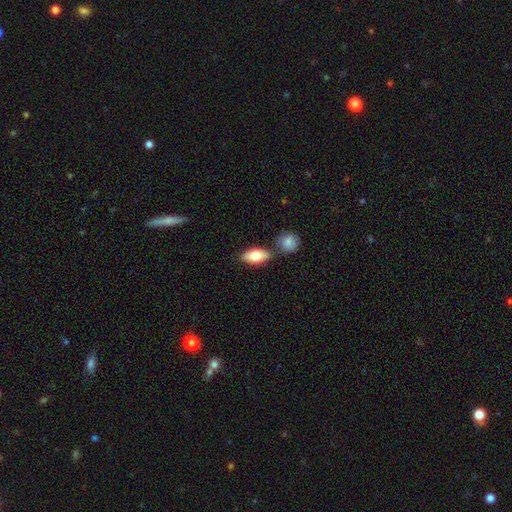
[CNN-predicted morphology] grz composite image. It shows a smooth galaxy with no disk features (79%) that is in between round and cigar-shaped (87%). Merging: none (66%).